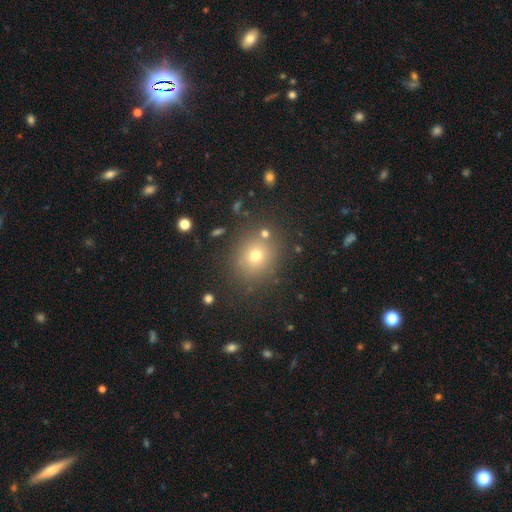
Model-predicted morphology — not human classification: Q: Smooth or featured?
A: smooth (68%); runner-up: star or artifact (22%)
Q: How rounded?
A: round (77%); runner-up: in between (22%)
Q: Merging?
A: none (83%); runner-up: minor disturbance (9%)